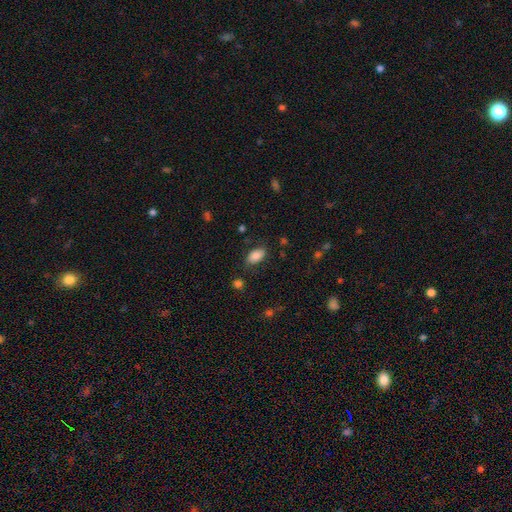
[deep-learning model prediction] smooth_or_featured: smooth (p=0.82) [alt: featured or disk p=0.10]
how_rounded: in between (p=0.92) [alt: round p=0.06]
merging: none (p=0.78) [alt: minor disturbance p=0.16]